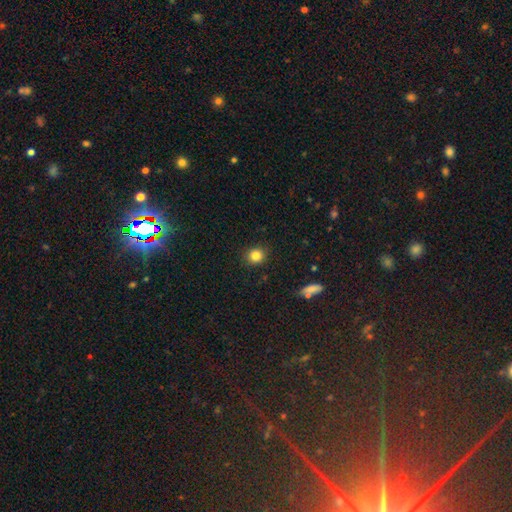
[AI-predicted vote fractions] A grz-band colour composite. It shows a smooth galaxy with no disk features (84%) that is round (80%). Merging: none (87%).